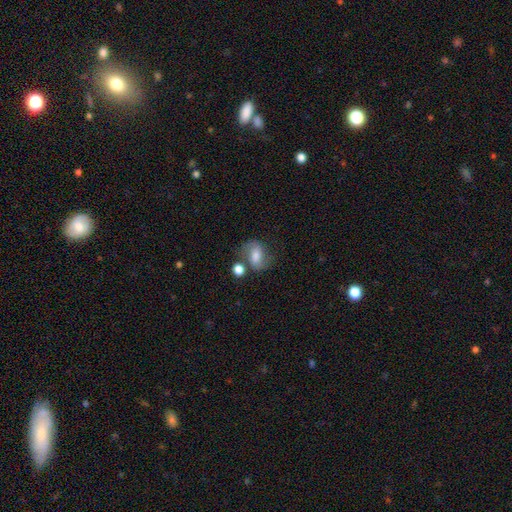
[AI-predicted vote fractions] Smooth or featured? Predicted: smooth (p=0.58). How rounded? Predicted: in between (p=0.69). Merging? Predicted: none (p=0.55).